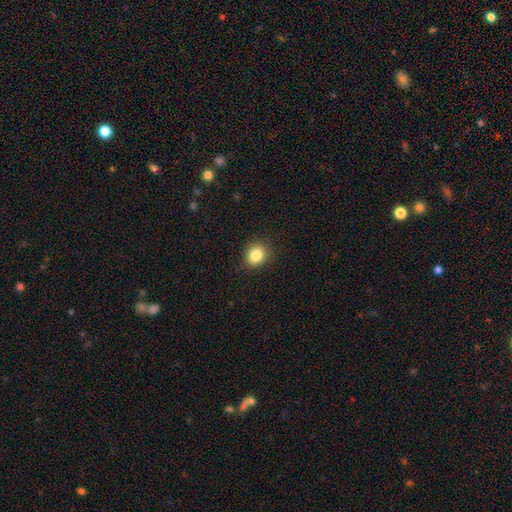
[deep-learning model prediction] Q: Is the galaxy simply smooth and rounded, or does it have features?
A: smooth — 85%.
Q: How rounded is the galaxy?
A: round — 72%.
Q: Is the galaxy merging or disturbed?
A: none — 86%.